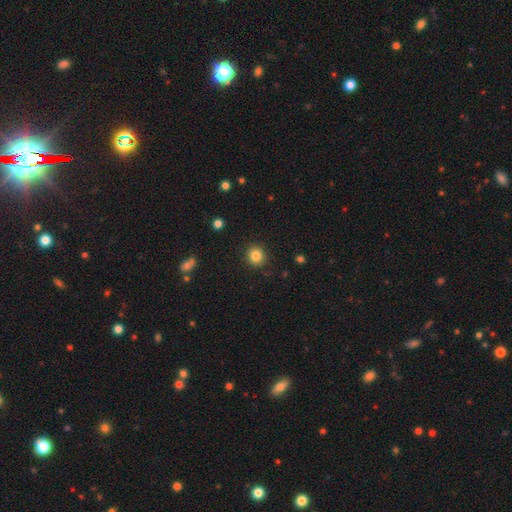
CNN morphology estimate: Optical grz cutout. It shows a smooth galaxy with no disk features (84%) that is round (90%). Merging: none (90%).